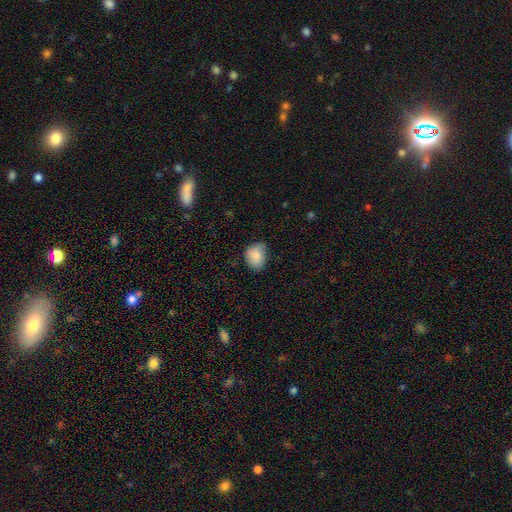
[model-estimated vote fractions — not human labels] smooth 83%, featured or disk 10%, star or artifact 7%. Down the decision tree: how rounded — in between (60%); merging — none (64%).